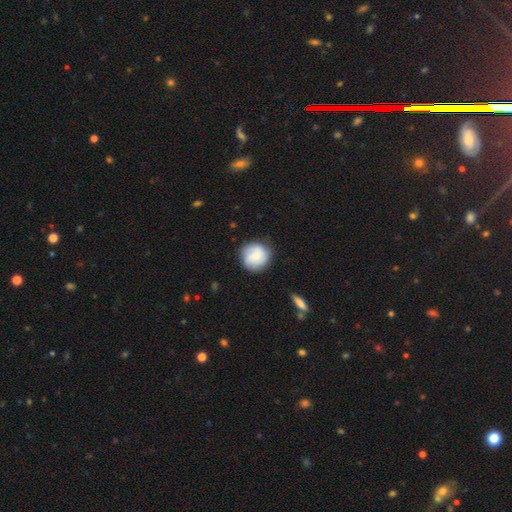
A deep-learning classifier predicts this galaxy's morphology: Smooth or featured? Predicted: smooth (p=0.56). How rounded? Predicted: round (p=0.93). Merging? Predicted: none (p=0.81).